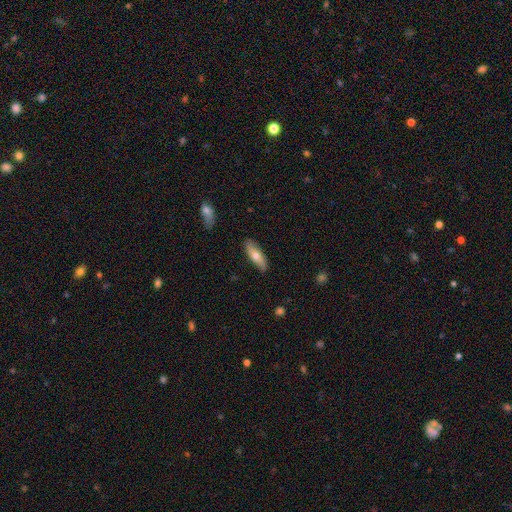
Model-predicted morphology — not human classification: smooth_or_featured: smooth (p=0.63) [alt: featured or disk p=0.31]
how_rounded: in between (p=0.57) [alt: cigar-shaped p=0.40]
merging: none (p=0.85) [alt: minor disturbance p=0.12]